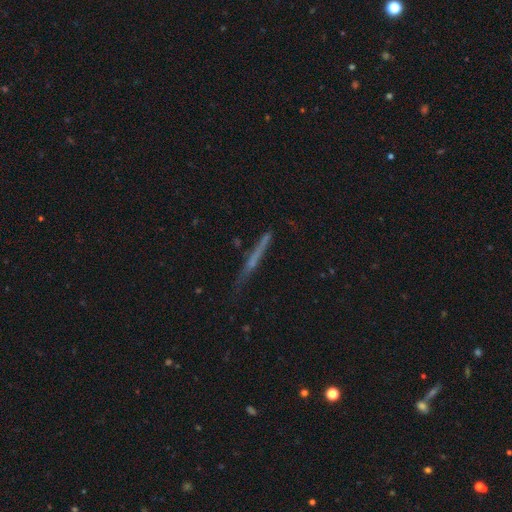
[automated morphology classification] This appears to be a featured or disk galaxy (51%) viewed edge-on (93%). Merging: none (77%).